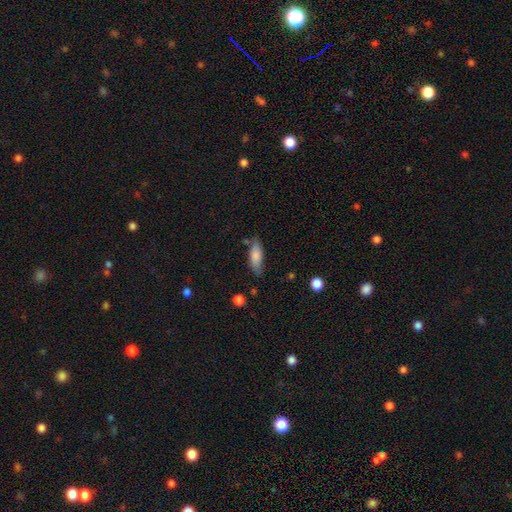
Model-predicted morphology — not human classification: A smooth galaxy with no disk features (78%) that is in between round and cigar-shaped (63%).

Vote fractions:
- Smooth or featured? smooth: 78% / featured or disk: 16% / star or artifact: 7%
- How rounded? in between: 63% / cigar-shaped: 35% / round: 2%
- Merging? none: 71% / minor disturbance: 21% / major disturbance: 5% / merger: 4%